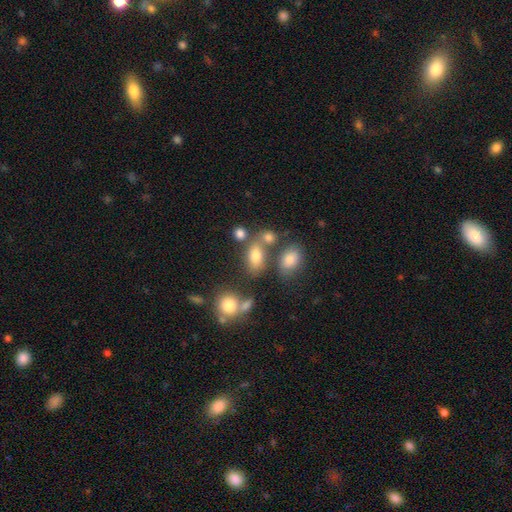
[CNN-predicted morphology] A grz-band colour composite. It shows a smooth galaxy with no disk features (73%) that is in between round and cigar-shaped (80%). Merging: none (53%).